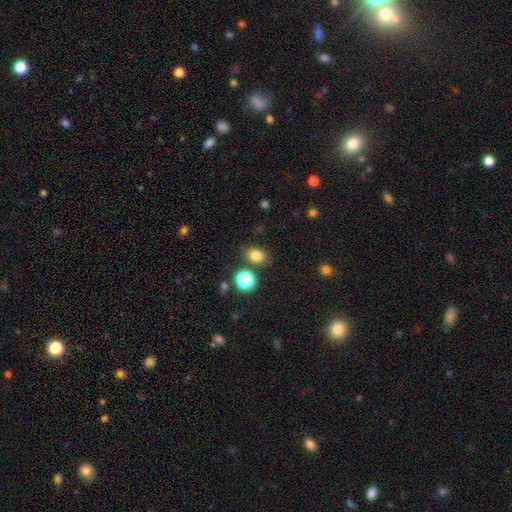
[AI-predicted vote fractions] Smooth or featured? smooth (79%)
How rounded? in between (53%)
Merging? none (81%)